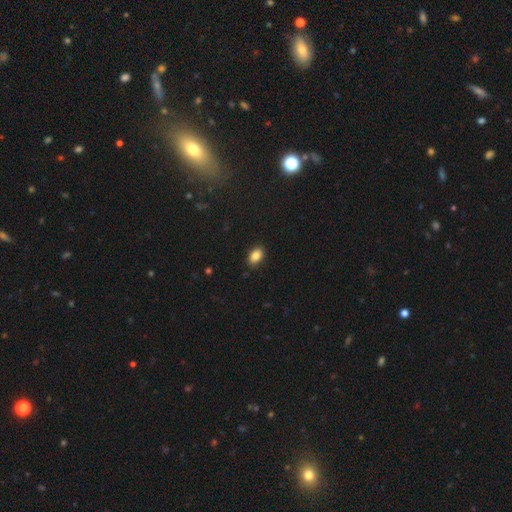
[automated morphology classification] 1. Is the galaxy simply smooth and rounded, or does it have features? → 85% smooth, 9% star or artifact, 6% featured or disk.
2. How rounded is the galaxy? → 85% in between, 14% round, 1% cigar-shaped.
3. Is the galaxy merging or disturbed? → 88% none, 9% minor disturbance, 2% major disturbance, 1% merger.